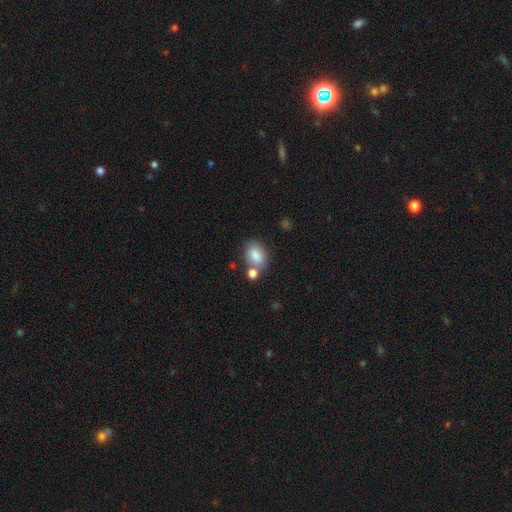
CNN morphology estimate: A smooth galaxy with no disk features (84%) that is in between round and cigar-shaped (76%). Merging: none (57%).